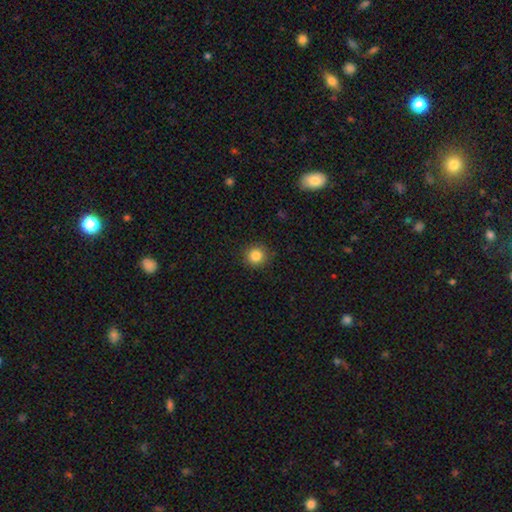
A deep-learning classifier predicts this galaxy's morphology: Smooth or featured: smooth — 84% (star or artifact — 11%)
How rounded: round — 93% (in between — 6%)
Merging: none — 90% (minor disturbance — 7%)